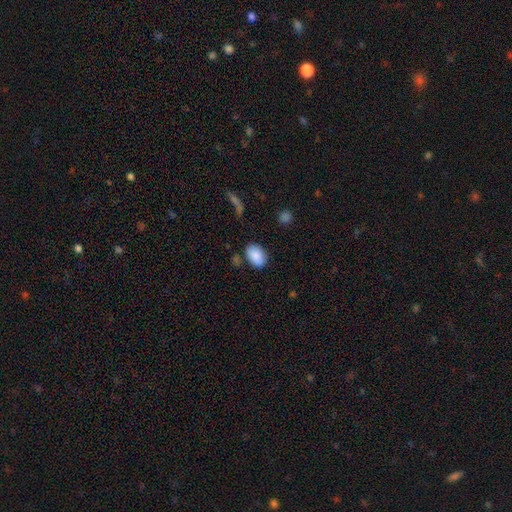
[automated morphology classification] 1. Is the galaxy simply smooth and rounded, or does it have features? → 88% smooth, 7% star or artifact, 5% featured or disk.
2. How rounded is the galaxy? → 88% in between, 11% round, 1% cigar-shaped.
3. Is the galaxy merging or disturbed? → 80% none, 12% minor disturbance, 4% merger, 4% major disturbance.